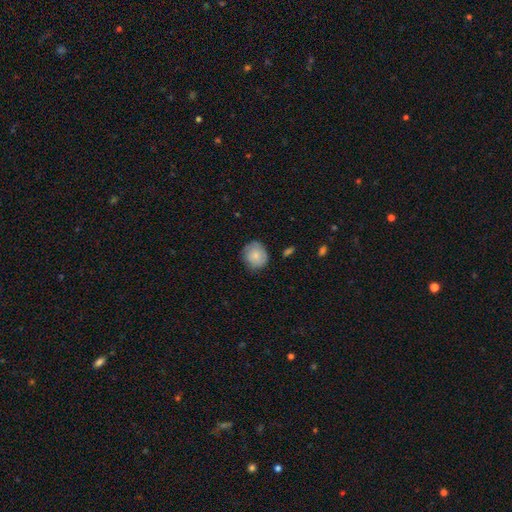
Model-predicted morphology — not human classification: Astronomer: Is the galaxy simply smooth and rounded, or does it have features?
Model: smooth — 75%.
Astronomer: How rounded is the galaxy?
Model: round — 82%.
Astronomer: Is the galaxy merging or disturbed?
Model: none — 76%.